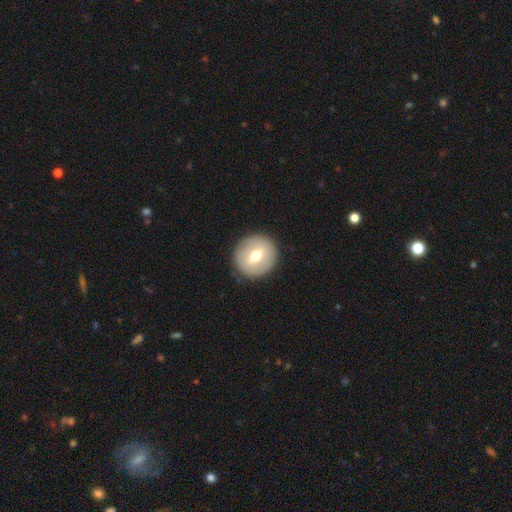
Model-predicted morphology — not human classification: A smooth galaxy with no disk features (58%) that is round (92%). Merging: none (90%).